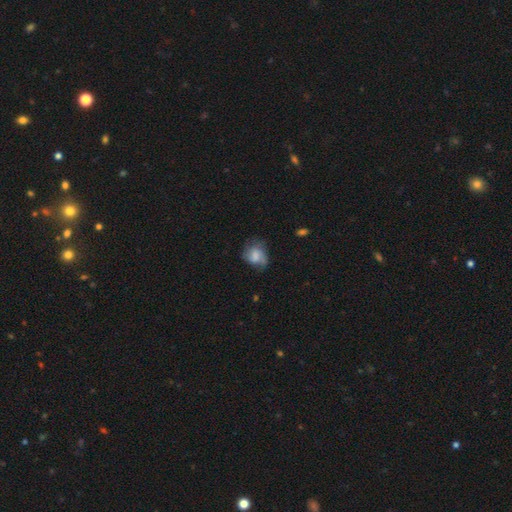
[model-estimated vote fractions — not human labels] smooth_or_featured: smooth (p=0.57) [alt: featured or disk p=0.34]
how_rounded: round (p=0.50) [alt: in between p=0.48]
merging: none (p=0.50) [alt: minor disturbance p=0.30]